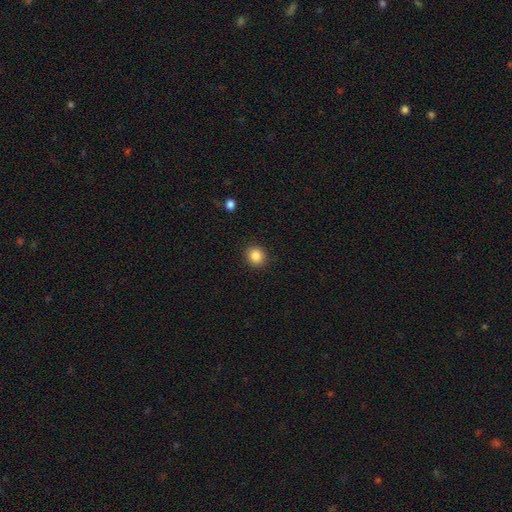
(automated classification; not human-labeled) smooth-or-featured: smooth: 87% | star or artifact: 10% | featured or disk: 4%
  how-rounded: round: 84% | in between: 15% | cigar-shaped: 1%
  merging: none: 90% | minor disturbance: 7% | major disturbance: 2% | merger: 1%